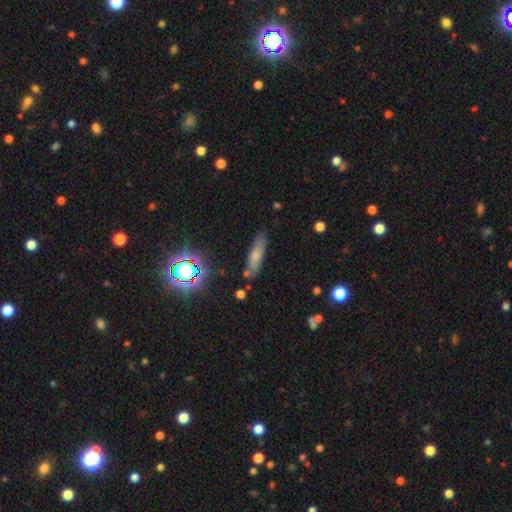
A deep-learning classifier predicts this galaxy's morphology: Q: Smooth or featured?
A: smooth (66%); runner-up: featured or disk (21%)
Q: How rounded?
A: cigar-shaped (66%); runner-up: in between (32%)
Q: Merging?
A: none (77%); runner-up: minor disturbance (15%)